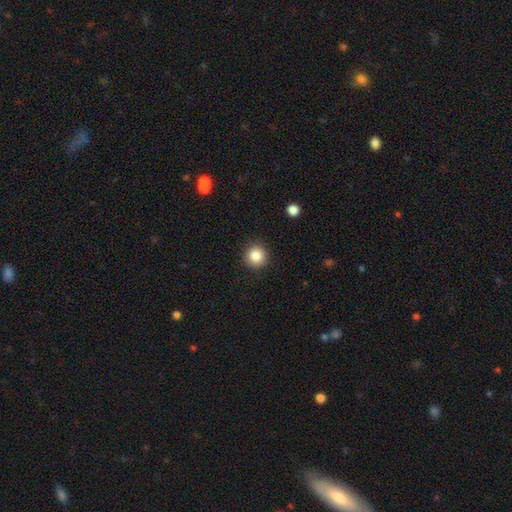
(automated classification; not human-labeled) A smooth galaxy with no disk features (85%) that is round (94%).

Vote fractions:
- Smooth or featured? smooth: 85% / star or artifact: 10% / featured or disk: 5%
- How rounded? round: 94% / in between: 5% / cigar-shaped: 1%
- Merging? none: 90% / minor disturbance: 7% / major disturbance: 2% / merger: 1%